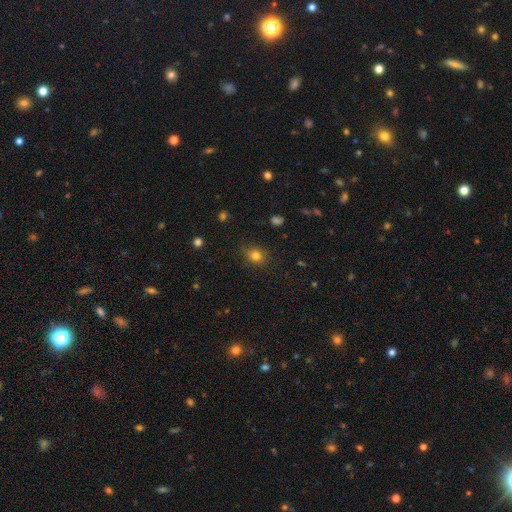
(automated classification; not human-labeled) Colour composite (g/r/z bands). It shows a smooth galaxy with no disk features (80%) that is round (61%). Merging: none (79%).